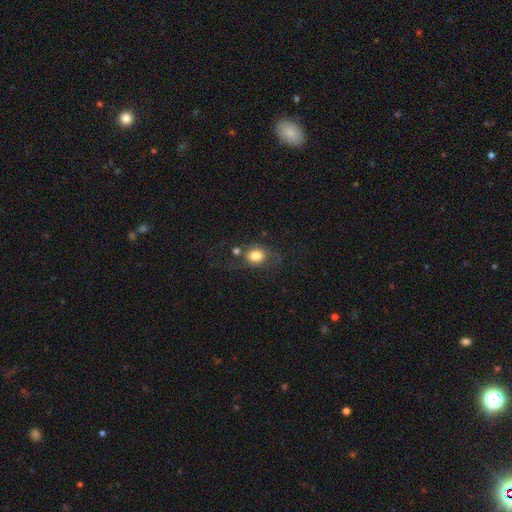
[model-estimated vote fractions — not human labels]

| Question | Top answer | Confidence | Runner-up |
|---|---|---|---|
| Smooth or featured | smooth | 71% | featured or disk (19%) |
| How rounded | round | 62% | in between (37%) |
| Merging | none | 37% | major disturbance (26%) |